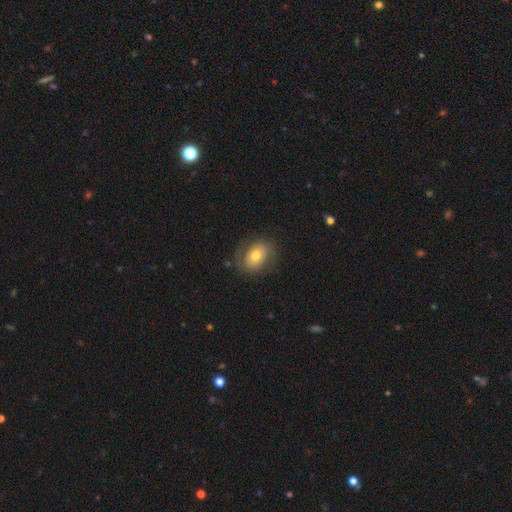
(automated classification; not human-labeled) Smooth or featured: smooth — 64% (featured or disk — 27%)
How rounded: in between — 66% (round — 33%)
Merging: none — 75% (minor disturbance — 17%)